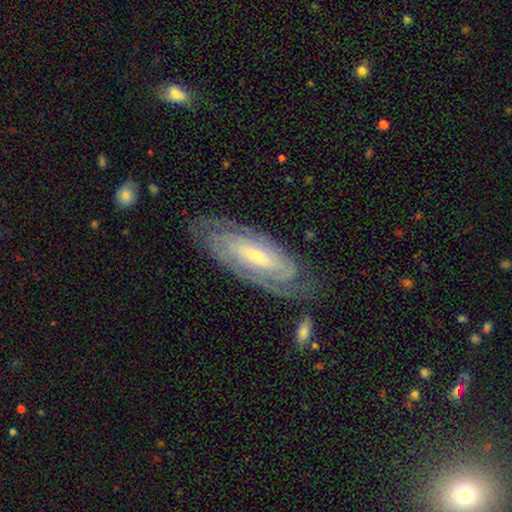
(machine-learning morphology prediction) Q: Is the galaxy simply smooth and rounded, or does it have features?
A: featured or disk — 83%.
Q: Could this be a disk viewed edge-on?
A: no — 90%.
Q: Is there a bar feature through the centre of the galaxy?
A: no — 38%.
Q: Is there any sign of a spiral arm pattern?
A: yes — 95%.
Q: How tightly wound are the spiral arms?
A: tight — 72%.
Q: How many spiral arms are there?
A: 2 — 55%.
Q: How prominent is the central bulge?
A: small — 63%.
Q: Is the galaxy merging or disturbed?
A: none — 77%.